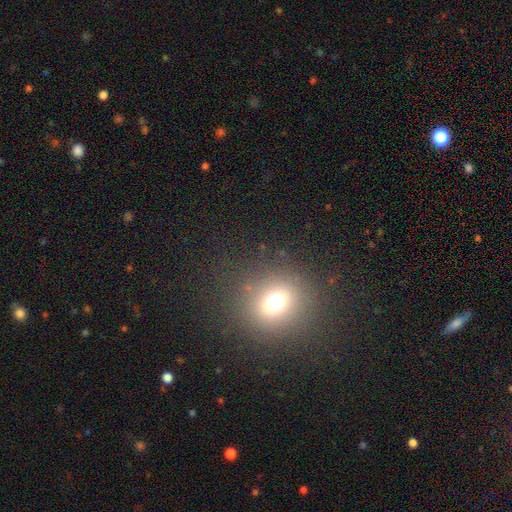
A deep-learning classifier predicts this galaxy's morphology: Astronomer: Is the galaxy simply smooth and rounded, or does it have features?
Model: smooth — 60%.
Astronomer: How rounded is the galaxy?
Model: round — 75%.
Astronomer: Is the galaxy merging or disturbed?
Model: none — 90%.